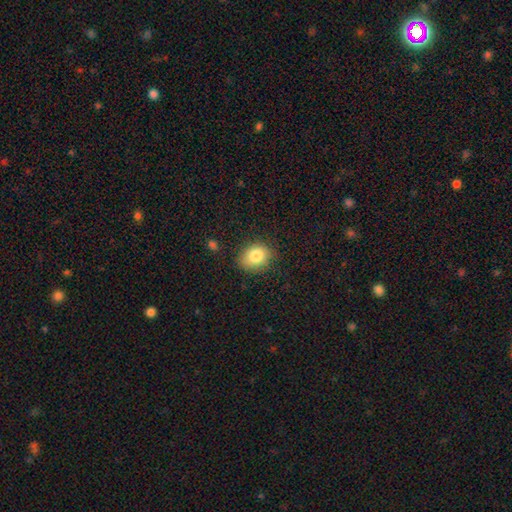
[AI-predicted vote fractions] A smooth galaxy with no disk features (83%) that is in between round and cigar-shaped (52%). Merging: none (82%).